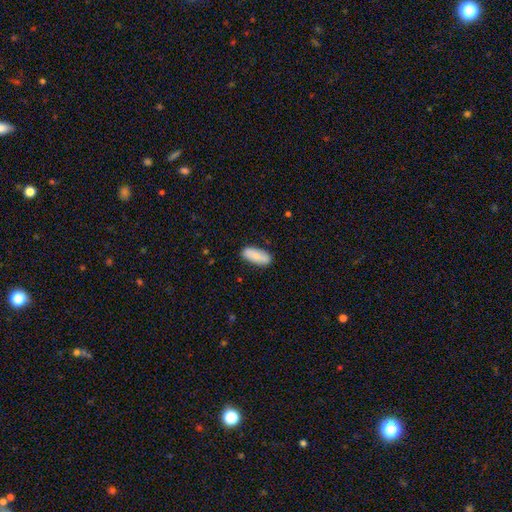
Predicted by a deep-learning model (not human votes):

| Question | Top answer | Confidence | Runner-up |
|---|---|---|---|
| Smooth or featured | smooth | 83% | featured or disk (11%) |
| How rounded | in between | 78% | cigar-shaped (20%) |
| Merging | none | 85% | minor disturbance (11%) |